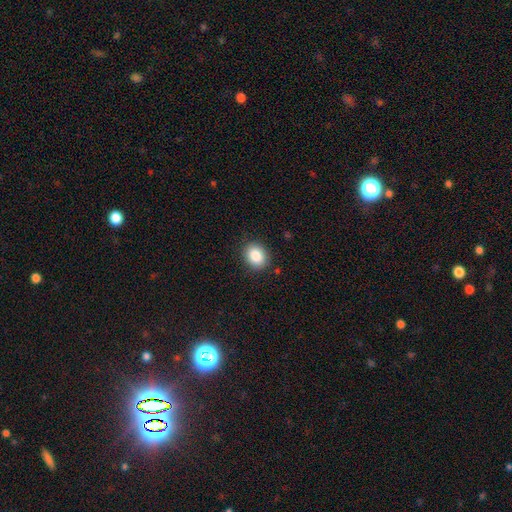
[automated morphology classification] smooth-or-featured: smooth: 86% | star or artifact: 9% | featured or disk: 5%
  how-rounded: round: 58% | in between: 41% | cigar-shaped: 1%
  merging: none: 88% | minor disturbance: 9% | major disturbance: 2% | merger: 1%